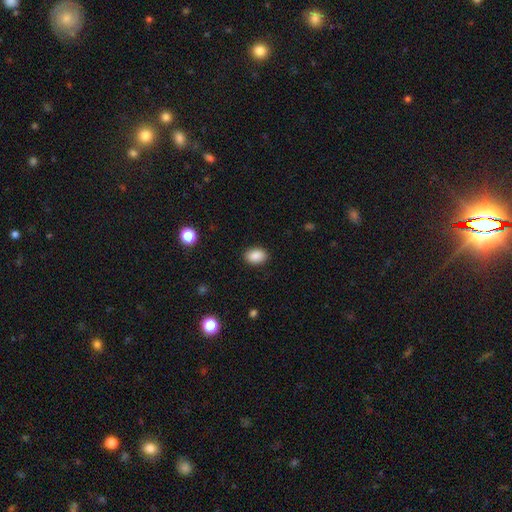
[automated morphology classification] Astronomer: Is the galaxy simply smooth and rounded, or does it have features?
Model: smooth — 89%.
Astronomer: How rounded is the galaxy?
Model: in between — 81%.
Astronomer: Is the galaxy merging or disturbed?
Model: none — 89%.